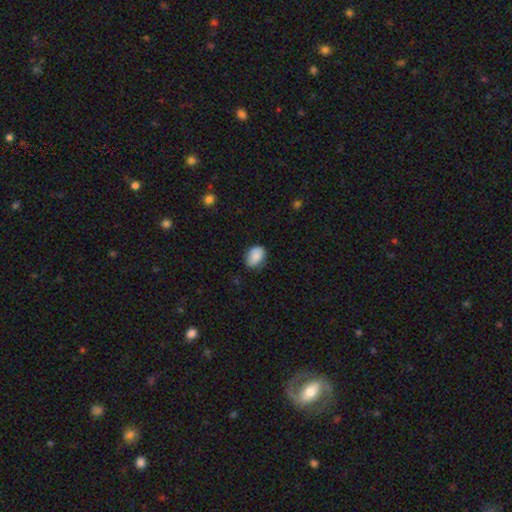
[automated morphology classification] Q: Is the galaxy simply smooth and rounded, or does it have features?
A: smooth — 85%.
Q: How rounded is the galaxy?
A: in between — 77%.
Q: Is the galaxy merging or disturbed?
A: none — 75%.